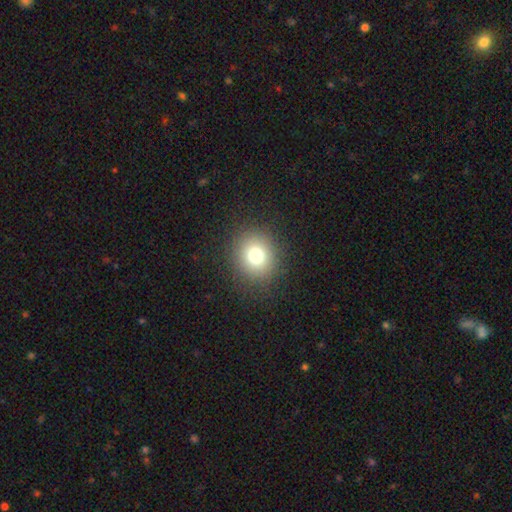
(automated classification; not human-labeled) Overall: smooth (76%). How rounded: round (85%). Merging: none (89%).